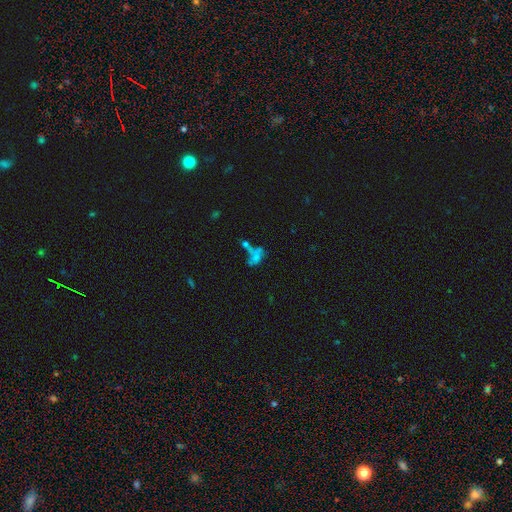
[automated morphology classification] This appears to be a smooth galaxy with no disk features (41%). Merging: merger (42%).